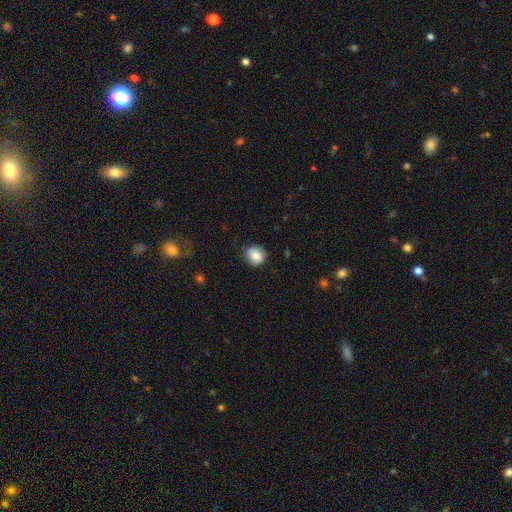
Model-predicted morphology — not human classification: smooth_or_featured: smooth (p=0.81) [alt: featured or disk p=0.10]
how_rounded: round (p=0.80) [alt: in between p=0.19]
merging: none (p=0.82) [alt: minor disturbance p=0.14]